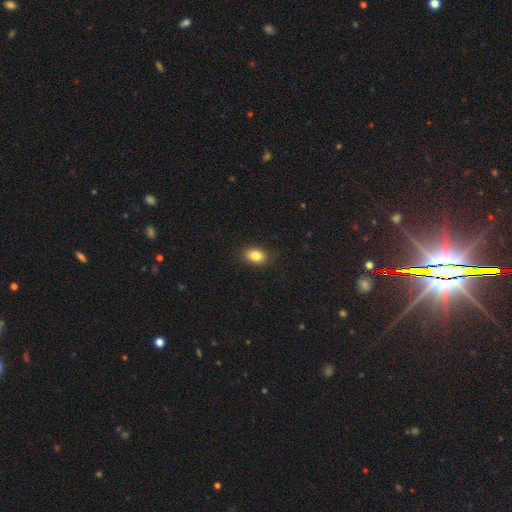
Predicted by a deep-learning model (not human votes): This is clearly a smooth galaxy (84%). How rounded: likely in between (80%). Merging: clearly none (85%).